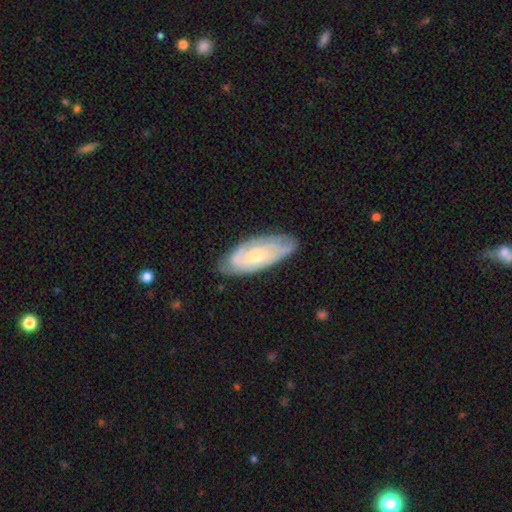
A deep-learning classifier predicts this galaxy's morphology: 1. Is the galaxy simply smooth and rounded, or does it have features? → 68% featured or disk, 27% smooth, 6% star or artifact.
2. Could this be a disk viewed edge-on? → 89% no, 11% yes.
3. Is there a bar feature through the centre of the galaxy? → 66% no, 28% weak, 5% strong.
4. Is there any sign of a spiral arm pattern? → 87% yes, 13% no.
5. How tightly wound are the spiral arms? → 64% tight, 28% medium, 7% loose.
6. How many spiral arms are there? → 50% can't tell, 25% 2, 14% 3, 6% 4, 4% 1, 3% more than 4.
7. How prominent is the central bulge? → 51% small, 42% moderate, 3% large, 3% none, 1% dominant.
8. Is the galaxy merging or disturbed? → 71% none, 22% minor disturbance, 5% major disturbance, 1% merger.